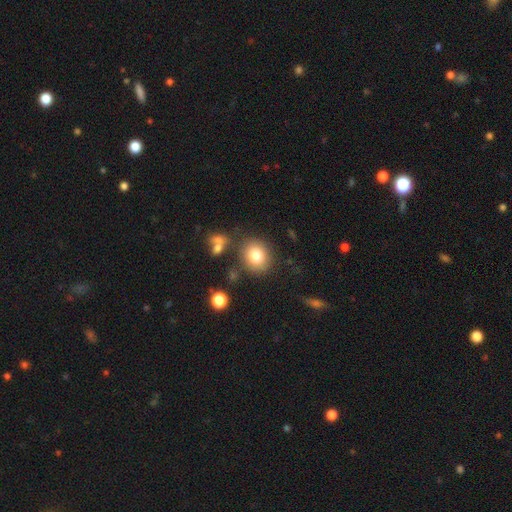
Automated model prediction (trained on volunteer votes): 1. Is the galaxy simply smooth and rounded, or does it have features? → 80% smooth, 10% star or artifact, 9% featured or disk.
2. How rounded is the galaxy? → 67% round, 32% in between, 1% cigar-shaped.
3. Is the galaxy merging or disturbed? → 79% none, 11% minor disturbance, 6% merger, 4% major disturbance.